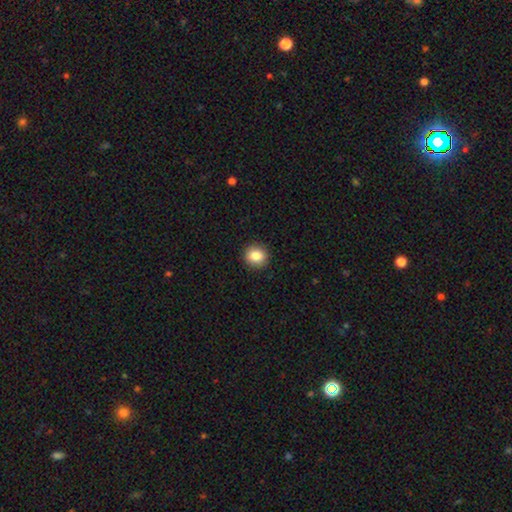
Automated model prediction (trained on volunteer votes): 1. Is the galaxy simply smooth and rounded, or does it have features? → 84% smooth, 9% star or artifact, 7% featured or disk.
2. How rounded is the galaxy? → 87% round, 12% in between, 1% cigar-shaped.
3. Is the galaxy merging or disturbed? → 92% none, 5% minor disturbance, 2% major disturbance, 1% merger.